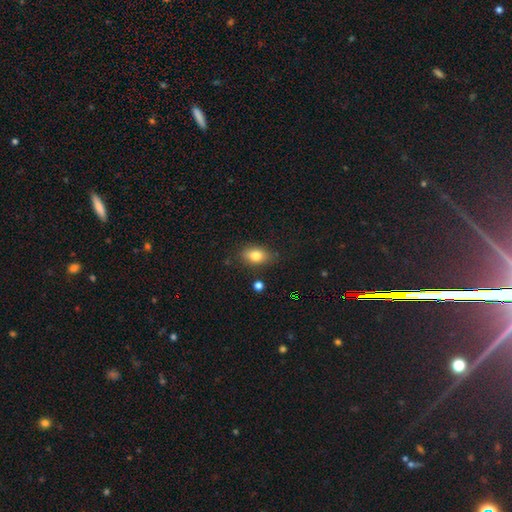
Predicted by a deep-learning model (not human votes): smooth-or-featured: smooth: 80% | featured or disk: 11% | star or artifact: 10%
  how-rounded: in between: 82% | round: 15% | cigar-shaped: 3%
  merging: none: 80% | minor disturbance: 14% | major disturbance: 3% | merger: 3%